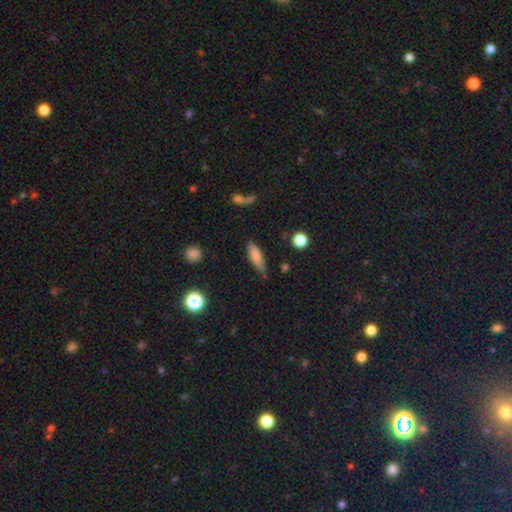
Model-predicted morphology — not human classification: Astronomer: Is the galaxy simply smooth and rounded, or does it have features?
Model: smooth — 79%.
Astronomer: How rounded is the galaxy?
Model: cigar-shaped — 51% (runner-up: in between, 46%).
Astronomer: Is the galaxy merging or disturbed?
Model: none — 70%.